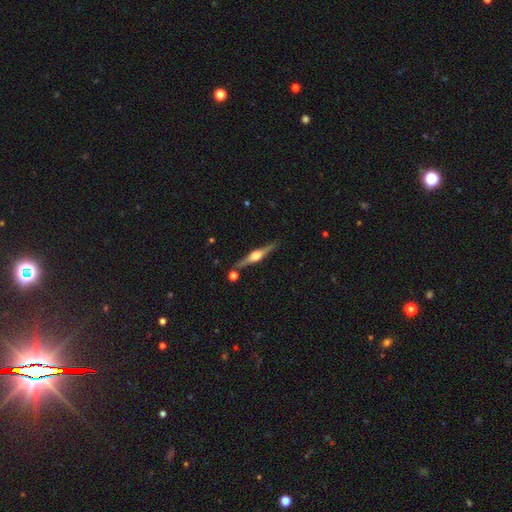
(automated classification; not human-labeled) Morphology: type=featured or disk (81%); edge-on=yes (98%); edge-on bulge=rounded (87%); merging=none (85%).